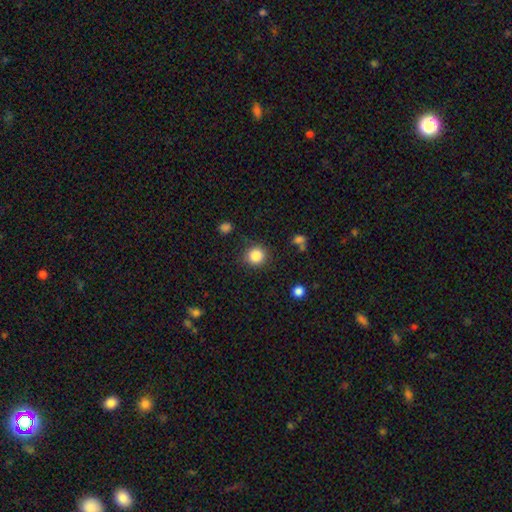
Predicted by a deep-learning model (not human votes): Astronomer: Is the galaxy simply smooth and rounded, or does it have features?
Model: smooth — 85%.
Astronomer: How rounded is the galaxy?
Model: round — 89%.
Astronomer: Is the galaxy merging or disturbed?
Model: none — 85%.